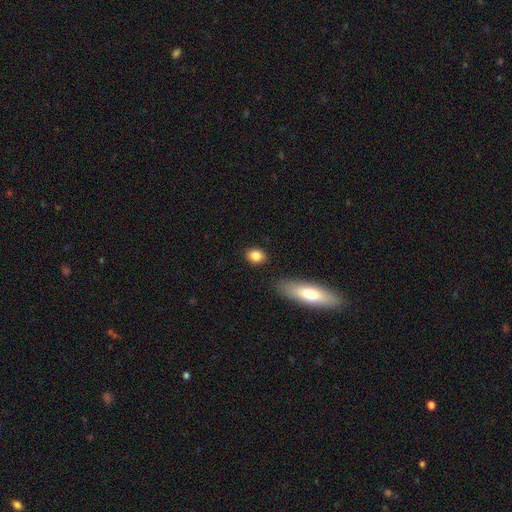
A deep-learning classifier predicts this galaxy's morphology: This is clearly a smooth galaxy (85%). How rounded: possibly in between (55%). Merging: clearly none (85%).